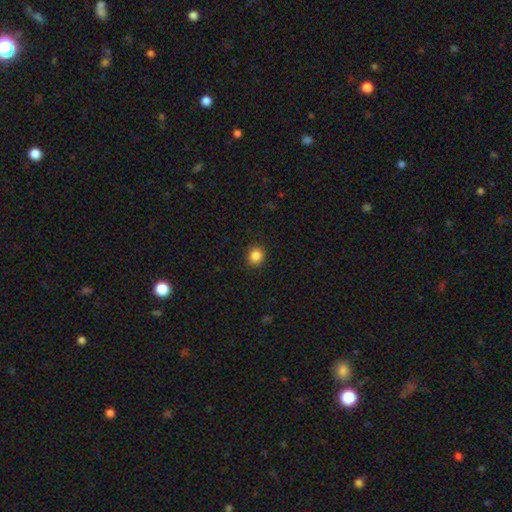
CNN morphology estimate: type=smooth (86%); roundness=round (82%); merging=none (90%).